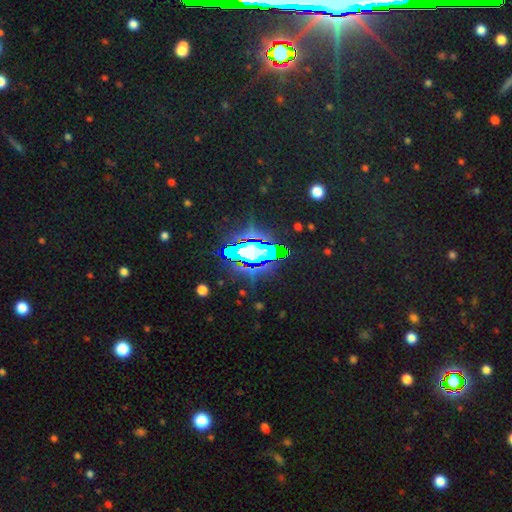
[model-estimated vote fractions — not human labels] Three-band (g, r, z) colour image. It shows a star or artifact, not a galaxy (68%).